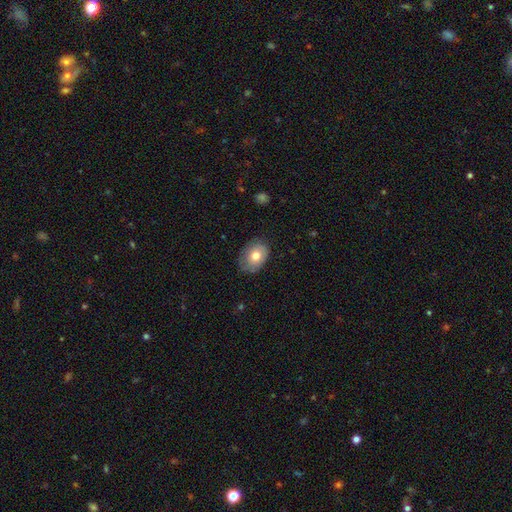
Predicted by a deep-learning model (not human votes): smooth_or_featured: smooth (p=0.71) [alt: featured or disk p=0.22]
how_rounded: in between (p=0.72) [alt: round p=0.27]
merging: none (p=0.74) [alt: minor disturbance p=0.21]